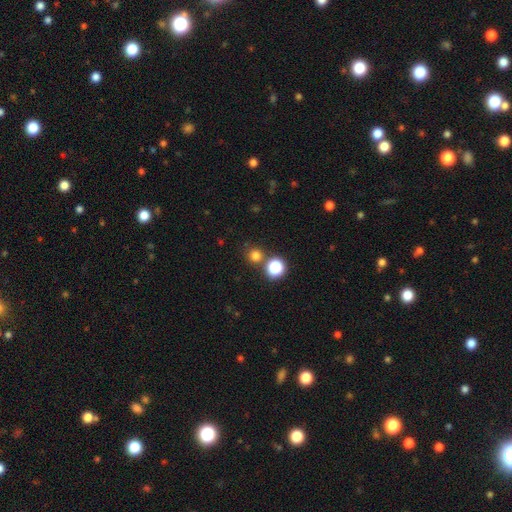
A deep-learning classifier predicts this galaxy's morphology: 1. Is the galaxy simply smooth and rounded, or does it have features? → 76% smooth, 19% star or artifact, 5% featured or disk.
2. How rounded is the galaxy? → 93% round, 6% in between, 1% cigar-shaped.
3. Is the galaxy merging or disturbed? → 76% none, 14% merger, 7% minor disturbance, 3% major disturbance.